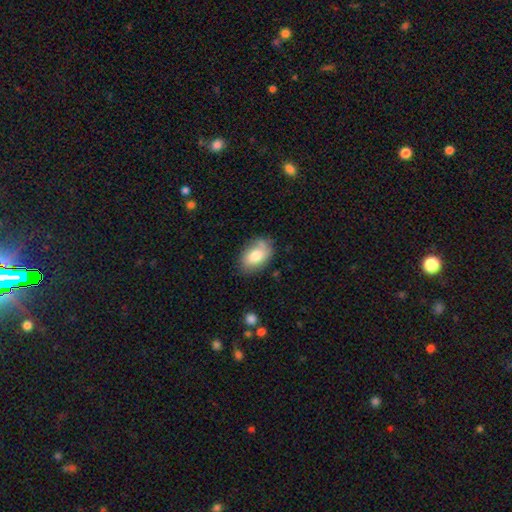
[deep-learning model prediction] smooth_or_featured: smooth (p=0.76) [alt: featured or disk p=0.16]
how_rounded: in between (p=0.88) [alt: round p=0.11]
merging: none (p=0.68) [alt: minor disturbance p=0.23]